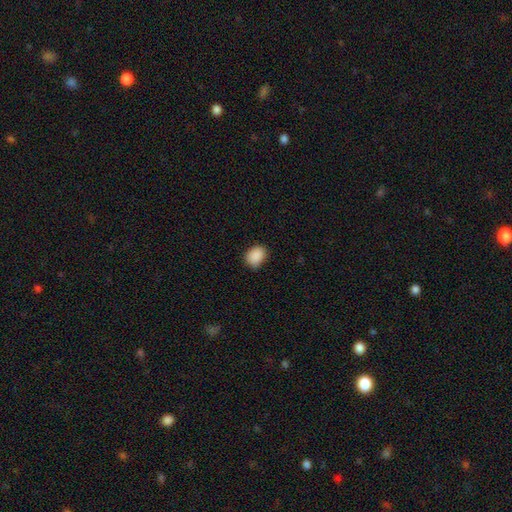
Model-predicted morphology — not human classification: Smooth or featured?
  - smooth: 89% *
  - star or artifact: 8%
  - featured or disk: 2%
How rounded?
  - in between: 63% *
  - round: 36%
  - cigar-shaped: 1%
Merging?
  - none: 80% *
  - minor disturbance: 16%
  - major disturbance: 3%
  - merger: 1%